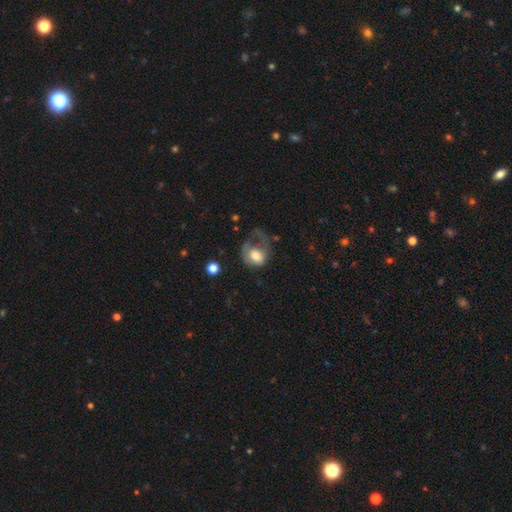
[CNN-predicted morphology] type=smooth (62%); roundness=in between (50%); merging=major disturbance (58%).